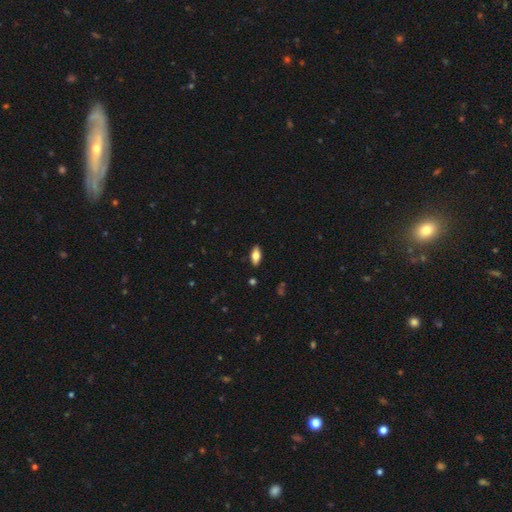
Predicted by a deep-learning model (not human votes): smooth_or_featured: smooth (p=0.72) [alt: featured or disk p=0.21]
how_rounded: in between (p=0.86) [alt: cigar-shaped p=0.11]
merging: none (p=0.88) [alt: minor disturbance p=0.09]